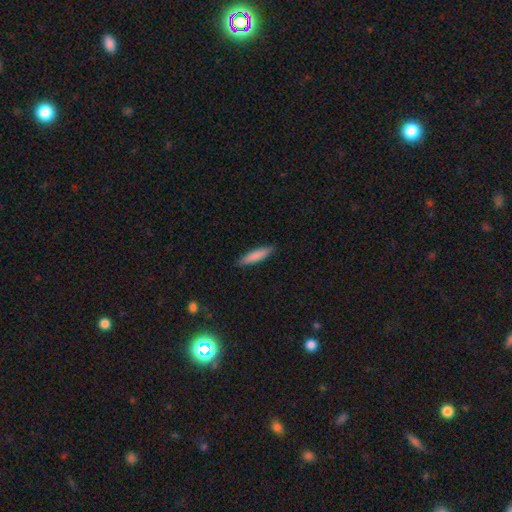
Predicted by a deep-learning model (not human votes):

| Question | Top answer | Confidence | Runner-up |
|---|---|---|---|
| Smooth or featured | smooth | 83% | featured or disk (11%) |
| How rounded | cigar-shaped | 81% | in between (18%) |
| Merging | none | 89% | minor disturbance (9%) |